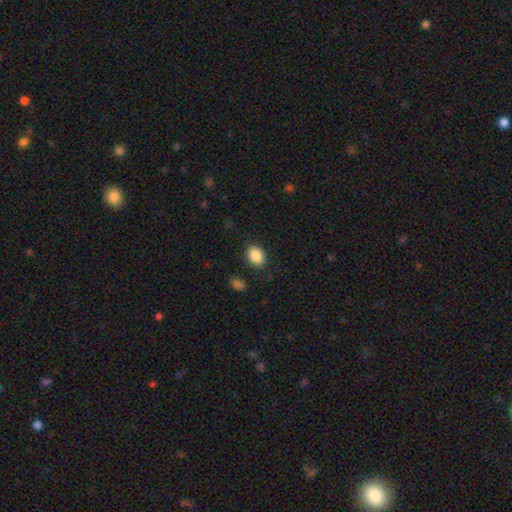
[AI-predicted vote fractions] Smooth or featured? smooth (88%)
How rounded? in between (75%)
Merging? none (86%)